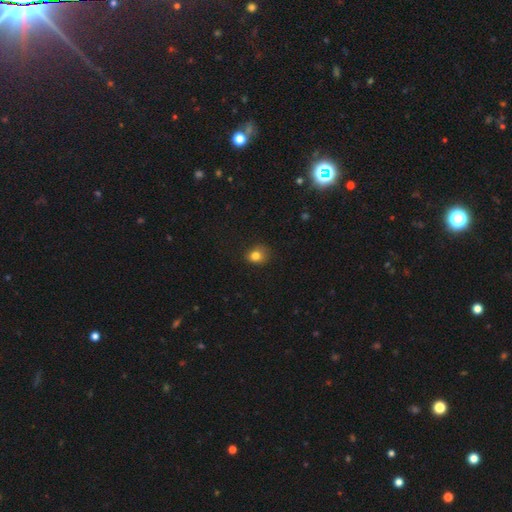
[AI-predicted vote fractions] This appears to be a smooth galaxy with no disk features (80%) that is round (65%). Merging: none (72%).